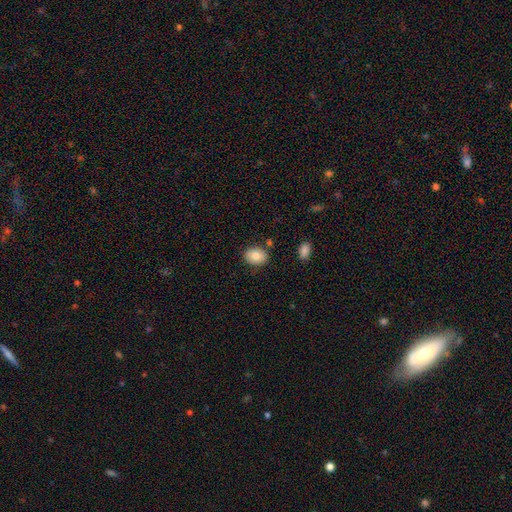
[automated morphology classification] A smooth galaxy with no disk features (82%) that is in between round and cigar-shaped (54%). Merging: none (82%).